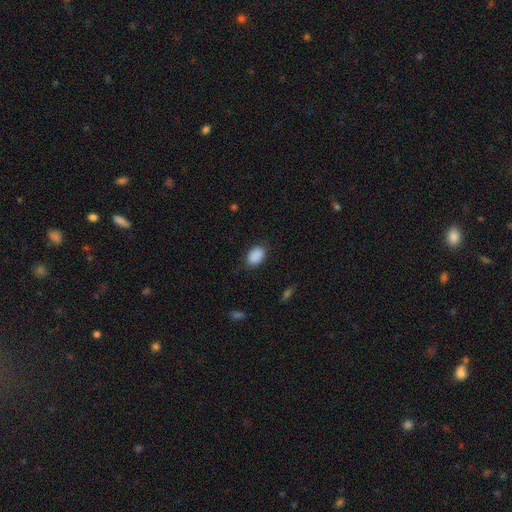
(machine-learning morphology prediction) Smooth or featured? smooth (90%)
How rounded? in between (85%)
Merging? none (84%)